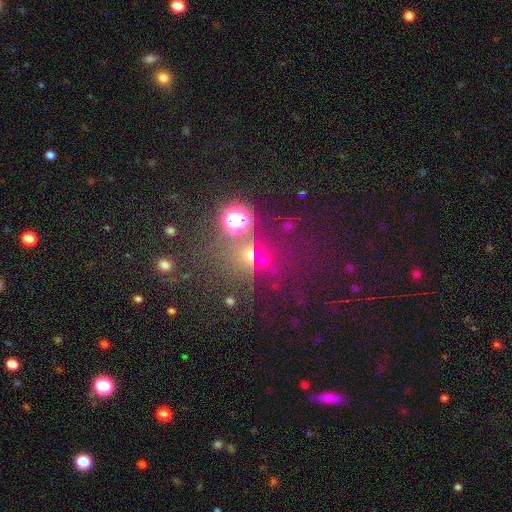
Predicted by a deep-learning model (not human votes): Smooth or featured? Predicted: star or artifact (p=0.49).